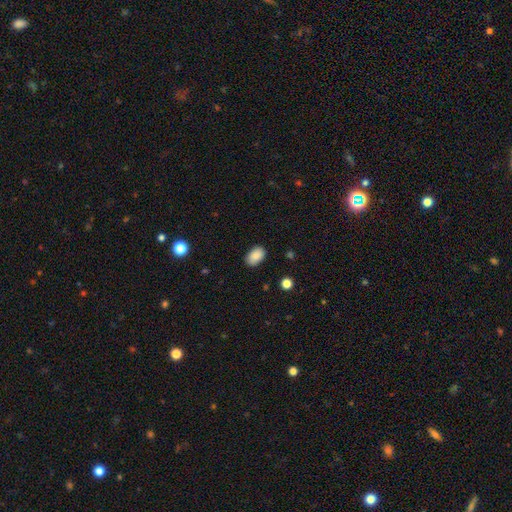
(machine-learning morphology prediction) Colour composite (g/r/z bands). It shows a smooth galaxy with no disk features (86%) that is in between round and cigar-shaped (88%). Merging: none (82%).